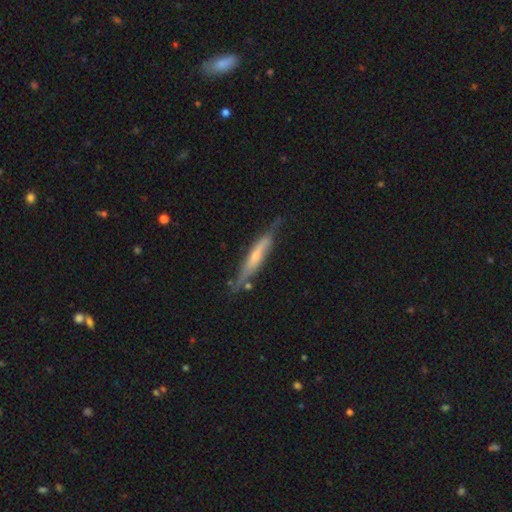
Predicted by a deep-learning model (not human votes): Smooth or featured?
  - featured or disk: 55% *
  - smooth: 40%
  - star or artifact: 6%
Edge-on disk?
  - yes: 82% *
  - no: 18%
Merging?
  - none: 64% *
  - minor disturbance: 26%
  - major disturbance: 6%
  - merger: 4%